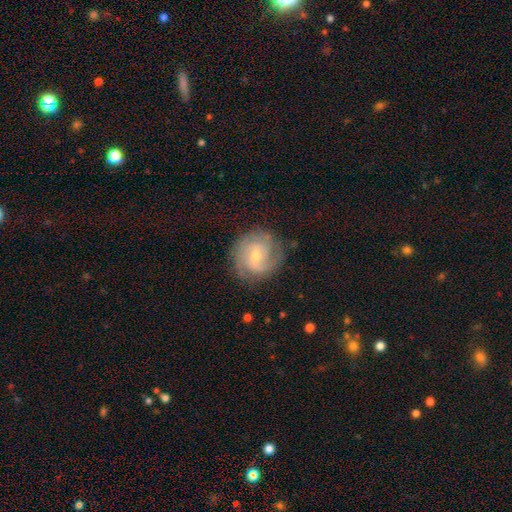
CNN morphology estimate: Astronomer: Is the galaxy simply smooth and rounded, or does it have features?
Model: featured or disk — 77%.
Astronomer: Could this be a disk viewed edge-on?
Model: no — 98%.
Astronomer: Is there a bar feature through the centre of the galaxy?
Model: weak — 48% (runner-up: no, 41%).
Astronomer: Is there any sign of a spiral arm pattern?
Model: yes — 93%.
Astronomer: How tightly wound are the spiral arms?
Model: tight — 55% (runner-up: medium, 35%).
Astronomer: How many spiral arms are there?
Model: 2 — 46% (runner-up: can't tell, 25%).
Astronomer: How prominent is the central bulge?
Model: small — 52% (runner-up: moderate, 45%).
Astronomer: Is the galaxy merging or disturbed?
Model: none — 79%.